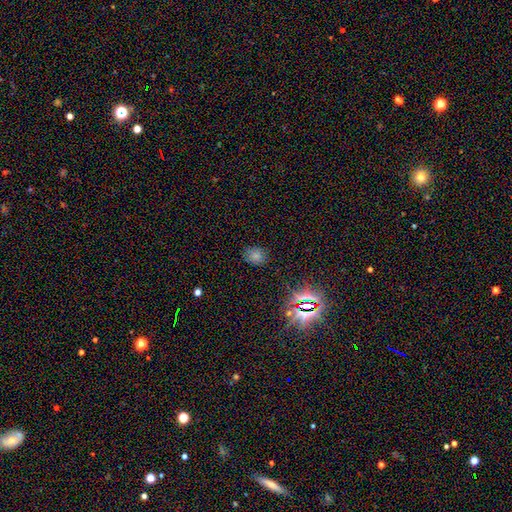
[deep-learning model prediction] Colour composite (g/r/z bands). It shows a smooth galaxy with no disk features (72%) that is round (64%). Merging: none (83%).